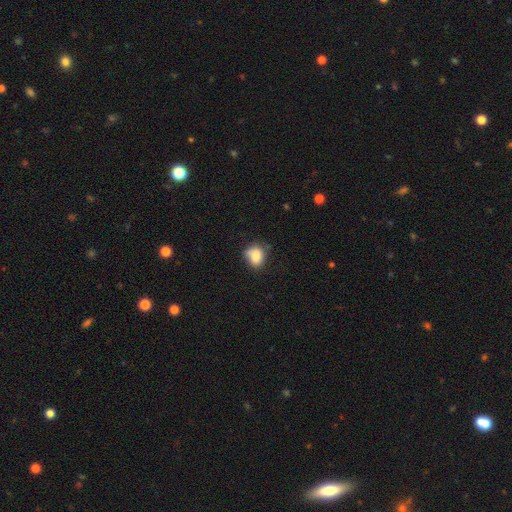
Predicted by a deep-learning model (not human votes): Q: Smooth or featured?
A: smooth (78%); runner-up: featured or disk (12%)
Q: How rounded?
A: in between (54%); runner-up: round (45%)
Q: Merging?
A: none (50%); runner-up: minor disturbance (32%)